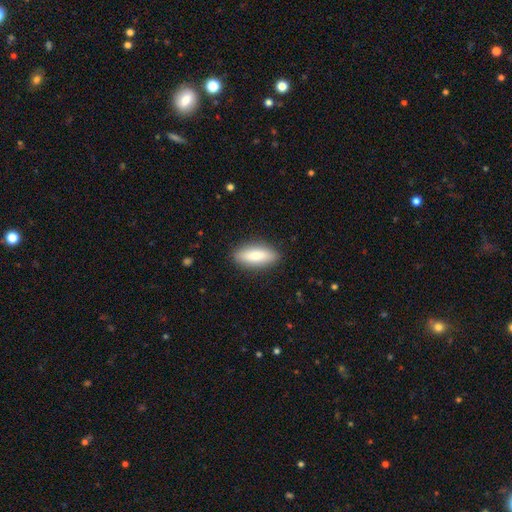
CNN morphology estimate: smooth-or-featured: smooth: 81% | featured or disk: 13% | star or artifact: 6%
  how-rounded: in between: 71% | cigar-shaped: 27% | round: 2%
  merging: none: 88% | minor disturbance: 9% | major disturbance: 2% | merger: 1%